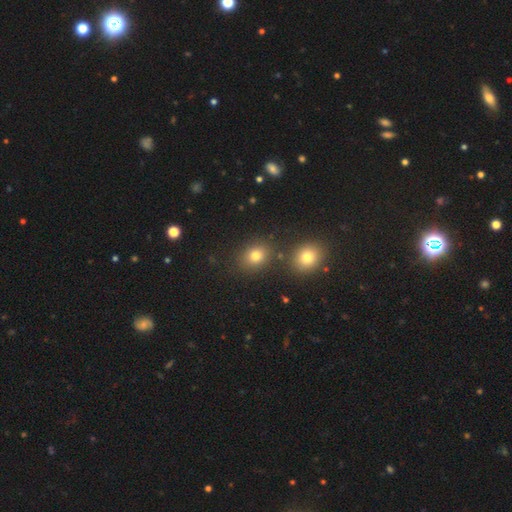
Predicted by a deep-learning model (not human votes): Smooth or featured? smooth (77%)
How rounded? round (56%)
Merging? none (77%)